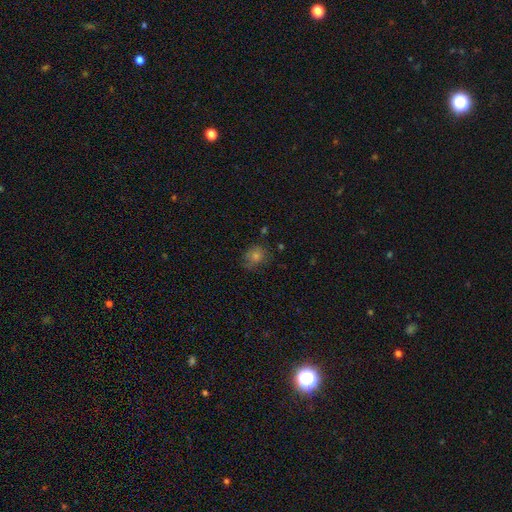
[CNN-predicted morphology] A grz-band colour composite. It shows a smooth galaxy with no disk features (61%) that is round (68%). Merging: none (71%).